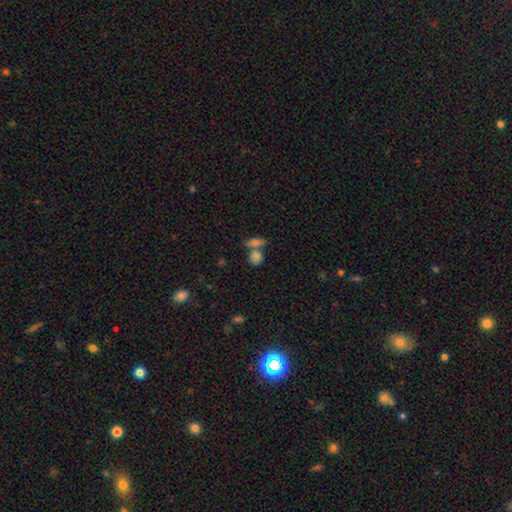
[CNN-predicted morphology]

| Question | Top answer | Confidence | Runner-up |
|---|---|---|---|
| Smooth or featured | smooth | 79% | star or artifact (11%) |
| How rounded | round | 64% | in between (30%) |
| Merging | none | 50% | merger (36%) |